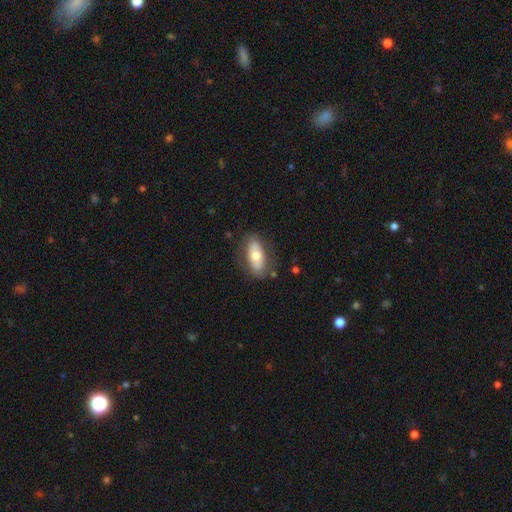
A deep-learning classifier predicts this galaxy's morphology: A smooth galaxy with no disk features (63%) that is in between round and cigar-shaped (84%). Merging: none (77%).